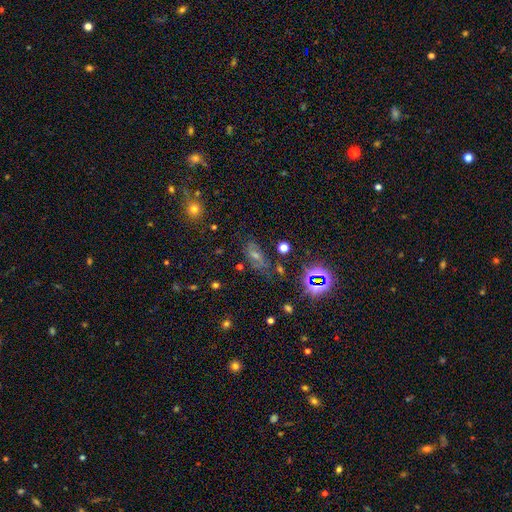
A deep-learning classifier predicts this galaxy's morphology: Q: Smooth or featured?
A: smooth (35%); runner-up: star or artifact (34%)
Q: Merging?
A: none (61%); runner-up: minor disturbance (23%)